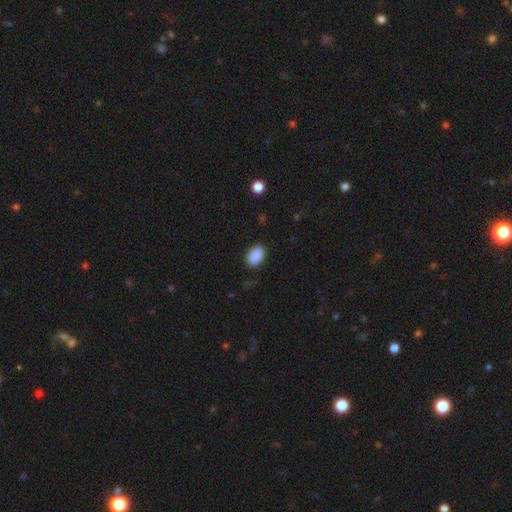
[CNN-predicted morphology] Smooth or featured?
  - smooth: 90% *
  - star or artifact: 8%
  - featured or disk: 3%
How rounded?
  - in between: 87% *
  - round: 12%
  - cigar-shaped: 1%
Merging?
  - none: 86% *
  - minor disturbance: 10%
  - major disturbance: 3%
  - merger: 1%